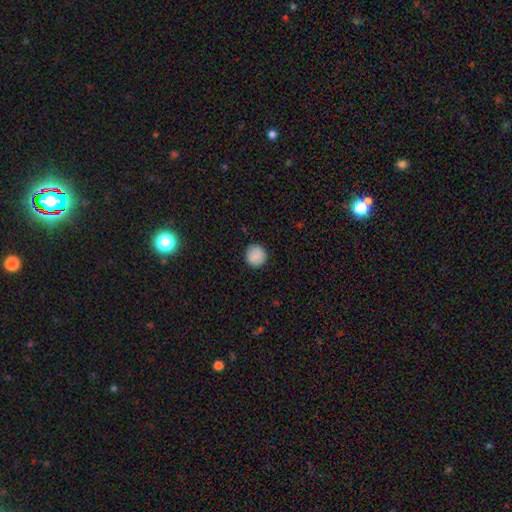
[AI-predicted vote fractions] Q: Smooth or featured?
A: smooth (89%); runner-up: star or artifact (8%)
Q: How rounded?
A: round (95%); runner-up: in between (4%)
Q: Merging?
A: none (91%); runner-up: minor disturbance (6%)